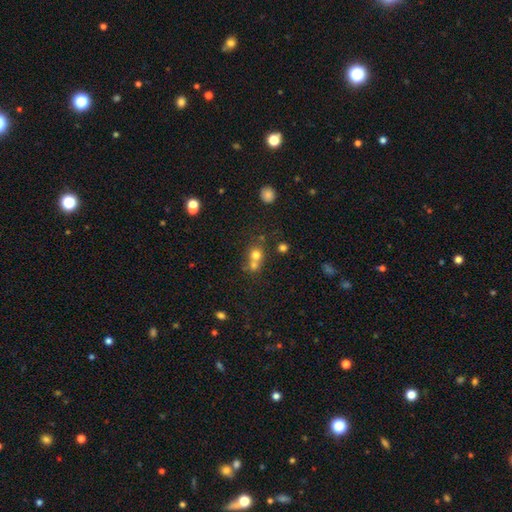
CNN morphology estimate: type=smooth (71%); roundness=round (82%); merging=merger (53%).